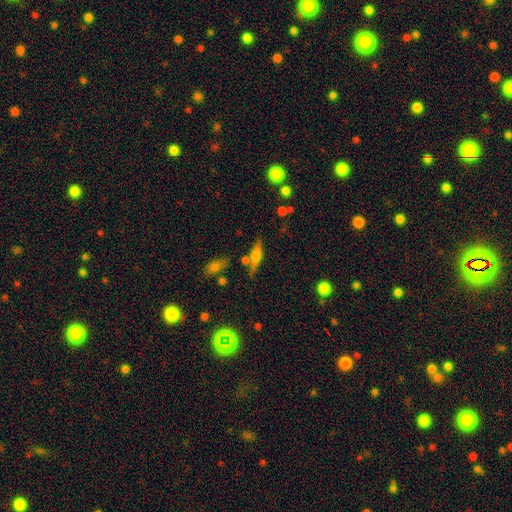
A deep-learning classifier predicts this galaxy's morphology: A smooth galaxy with no disk features (50%).

Vote fractions:
- Smooth or featured? smooth: 50% / featured or disk: 41% / star or artifact: 9%
- Merging? none: 66% / merger: 15% / minor disturbance: 14% / major disturbance: 5%